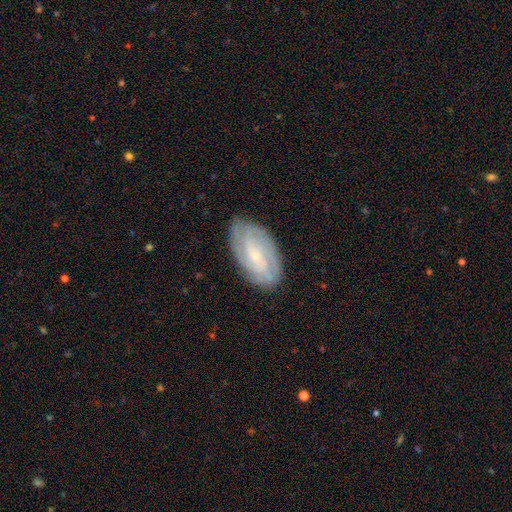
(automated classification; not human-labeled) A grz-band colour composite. It shows a featured or disk galaxy (71%) with no bar (48%), tight (66%) spiral arms (91%) and a small central bulge (74%). Merging: none (81%).